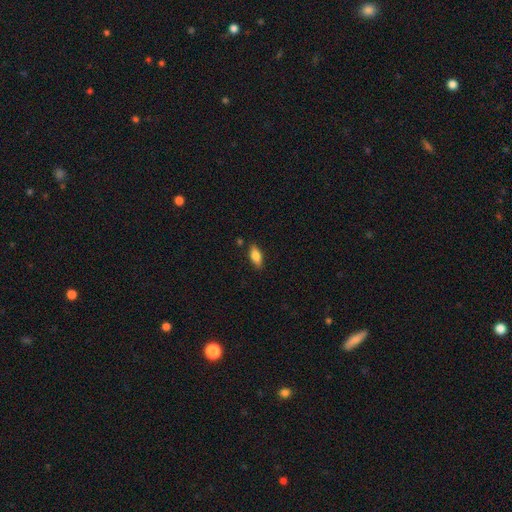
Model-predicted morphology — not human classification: The model was most divided on "how rounded": in between: 82%, cigar-shaped: 16%, round: 3%. More confident: merging — none (84%); smooth or featured — smooth (81%).